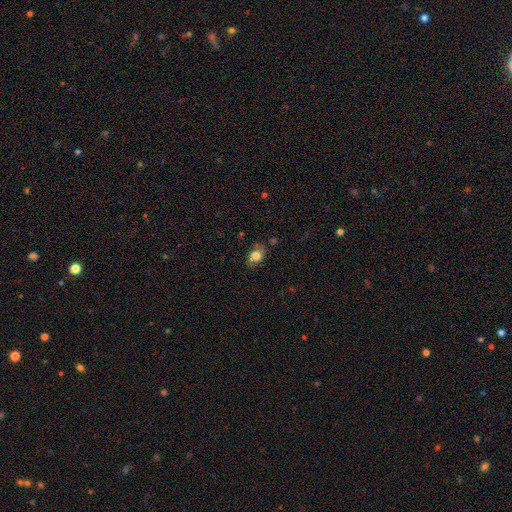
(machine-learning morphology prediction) This is likely a smooth galaxy (74%). How rounded: likely in between (77%). Merging: likely none (73%).